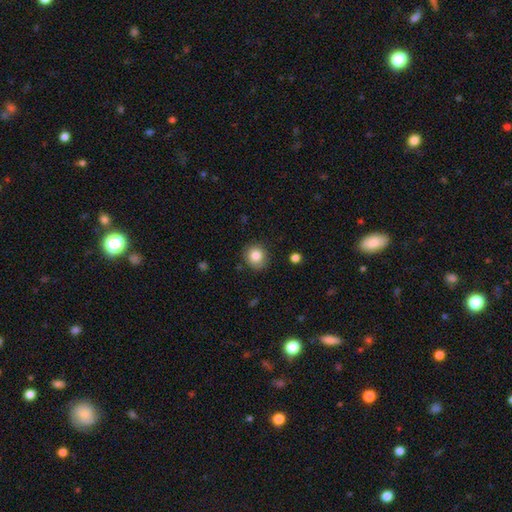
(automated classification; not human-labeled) Overall: smooth (83%). How rounded: round (88%). Merging: none (86%).